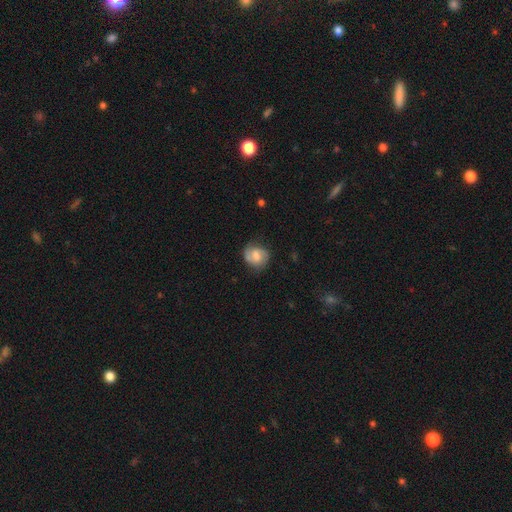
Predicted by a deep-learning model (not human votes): smooth_or_featured: featured or disk (p=0.57) [alt: smooth p=0.36]
disk_edge_on: no (p=0.97) [alt: yes p=0.03]
bar: weak (p=0.49) [alt: no p=0.37]
has_spiral_arms: yes (p=0.88) [alt: no p=0.12]
bulge_size: moderate (p=0.45) [alt: small p=0.25]
merging: none (p=0.68) [alt: minor disturbance p=0.21]